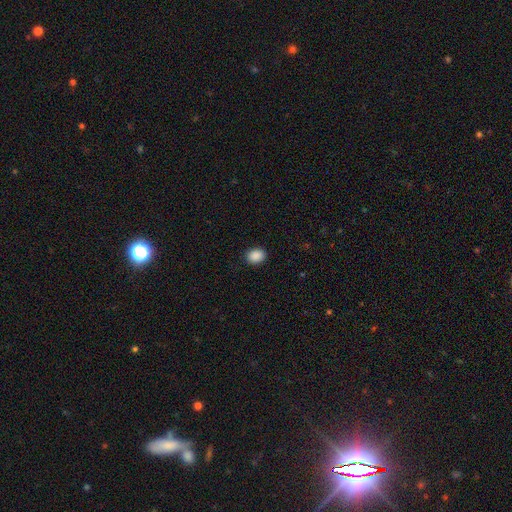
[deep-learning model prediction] This is clearly a smooth galaxy (90%). How rounded: likely in between (62%). Merging: clearly none (90%).